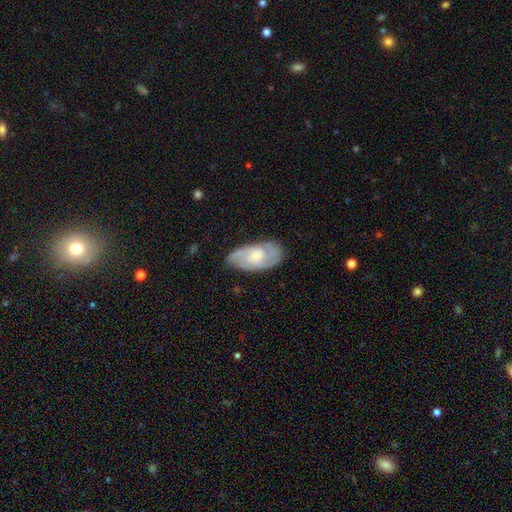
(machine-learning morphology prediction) Overall: featured or disk (68%). Edge-on disk: no (94%). Bar: no (65%; weak 31%). Spiral arms: yes (88%). Spiral arm count: 2 (46%; can't tell 29%). Spiral winding: tight (49%; medium 39%). Bulge size: moderate (49%; small 36%). Merging: none (74%).